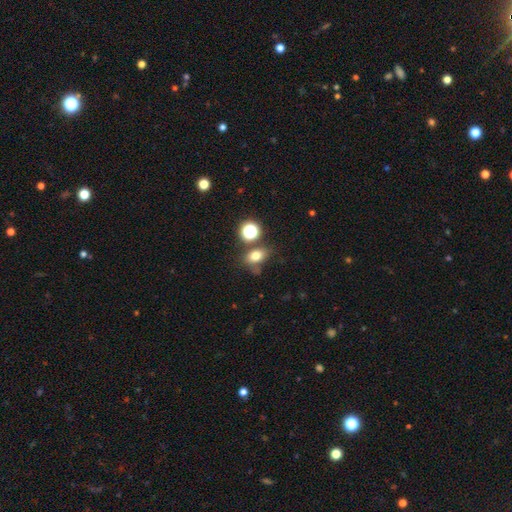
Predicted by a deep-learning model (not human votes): smooth_or_featured: smooth (p=0.75) [alt: star or artifact p=0.15]
how_rounded: in between (p=0.67) [alt: round p=0.32]
merging: none (p=0.64) [alt: minor disturbance p=0.16]